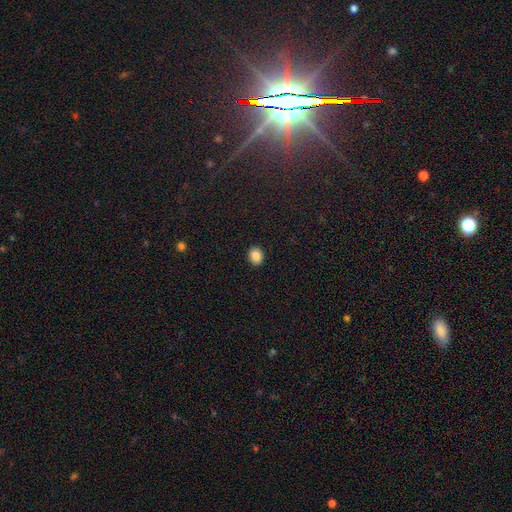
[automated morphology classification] This is clearly a smooth galaxy (86%). How rounded: likely round (61%). Merging: clearly none (91%).